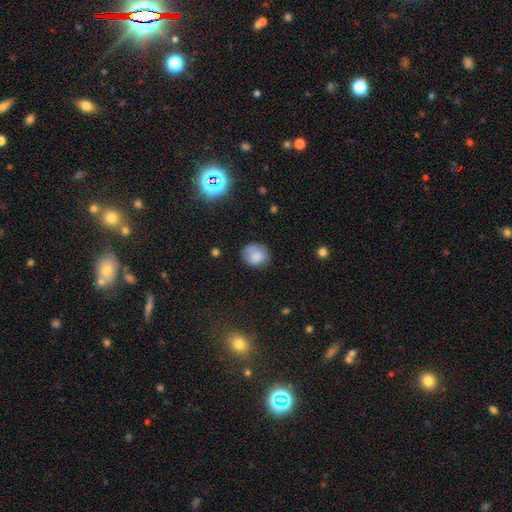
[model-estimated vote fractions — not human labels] This appears to be a smooth galaxy with no disk features (80%) that is round (75%). Merging: none (68%).